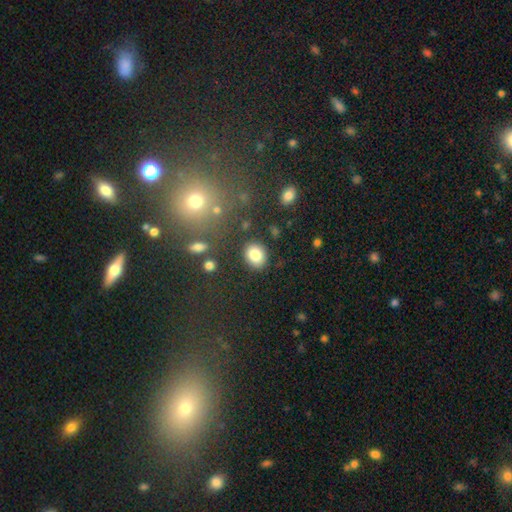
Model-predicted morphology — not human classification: smooth_or_featured: smooth (p=0.84) [alt: star or artifact p=0.09]
how_rounded: round (p=0.50) [alt: in between p=0.49]
merging: none (p=0.84) [alt: minor disturbance p=0.10]